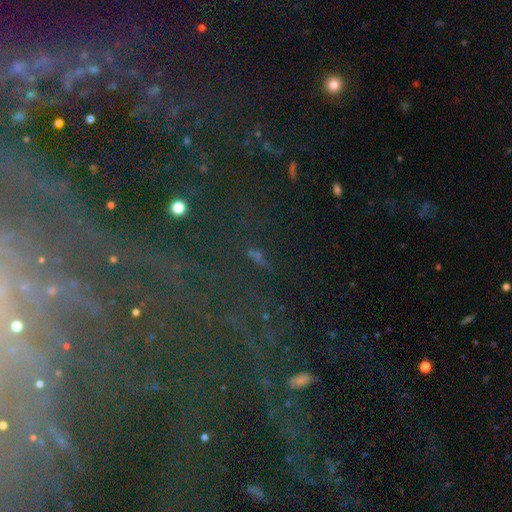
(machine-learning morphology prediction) star or artifact 69%, smooth 17%, featured or disk 13%.